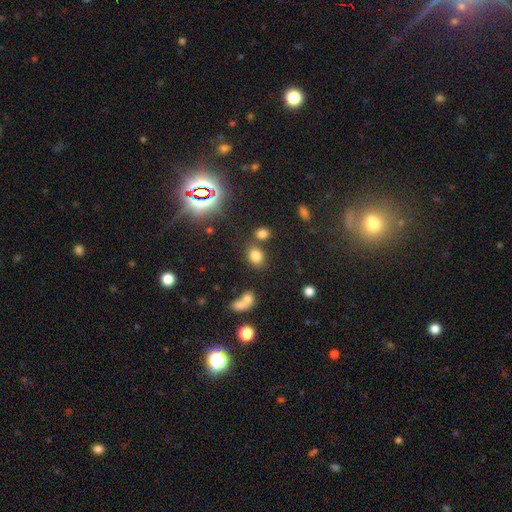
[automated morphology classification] smooth 76%, star or artifact 17%, featured or disk 7%. Down the decision tree: how rounded — in between (58%); merging — none (68%).